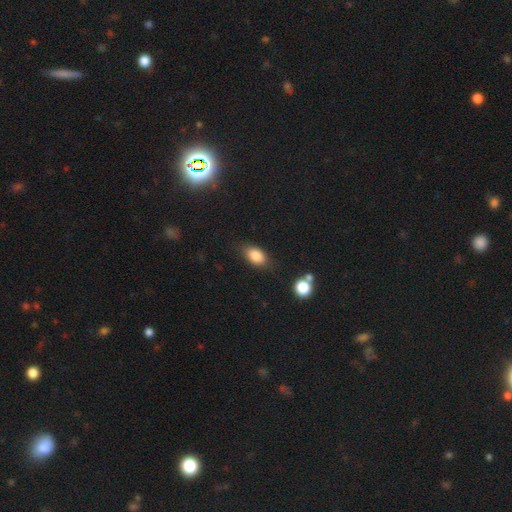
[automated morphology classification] smooth 84%, star or artifact 9%, featured or disk 7%. Down the decision tree: how rounded — in between (86%); merging — none (75%).